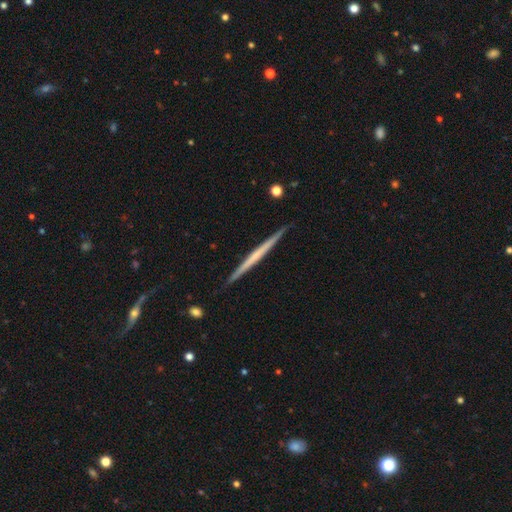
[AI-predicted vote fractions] This appears to be a featured or disk galaxy (62%) viewed edge-on (98%) with no central bulge (83%). Merging: none (91%).